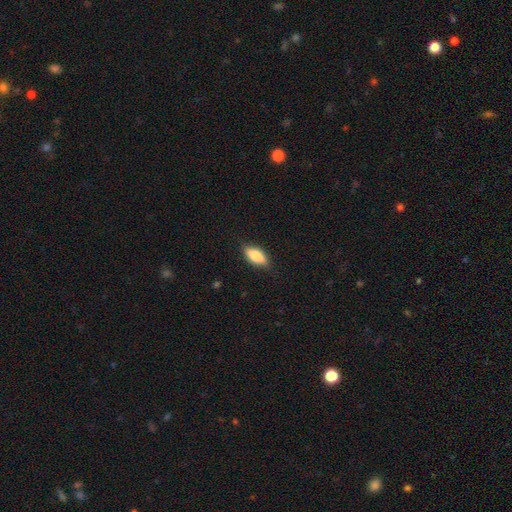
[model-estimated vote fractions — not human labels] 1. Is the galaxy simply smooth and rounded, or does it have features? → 78% smooth, 15% featured or disk, 7% star or artifact.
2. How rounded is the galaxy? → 84% in between, 13% cigar-shaped, 3% round.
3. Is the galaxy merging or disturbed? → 83% none, 13% minor disturbance, 3% major disturbance, 1% merger.